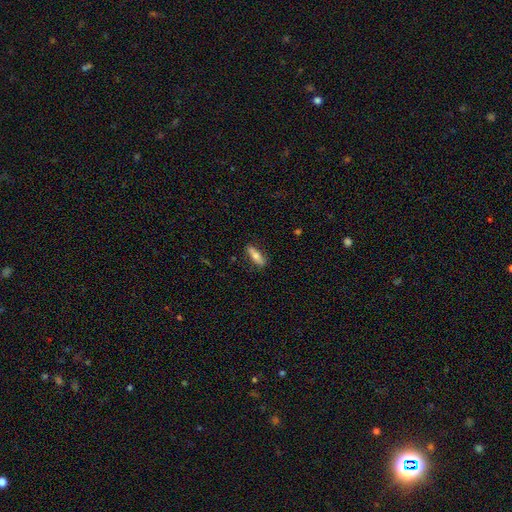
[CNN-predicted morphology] Overall: smooth (70%). How rounded: in between (49%, tied with cigar-shaped). Merging: none (82%).